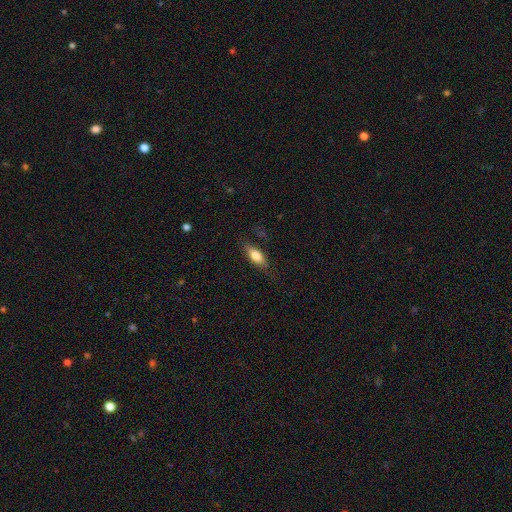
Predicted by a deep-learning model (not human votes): smooth 75%, featured or disk 18%, star or artifact 7%. Down the decision tree: how rounded — in between (77%); merging — none (77%).